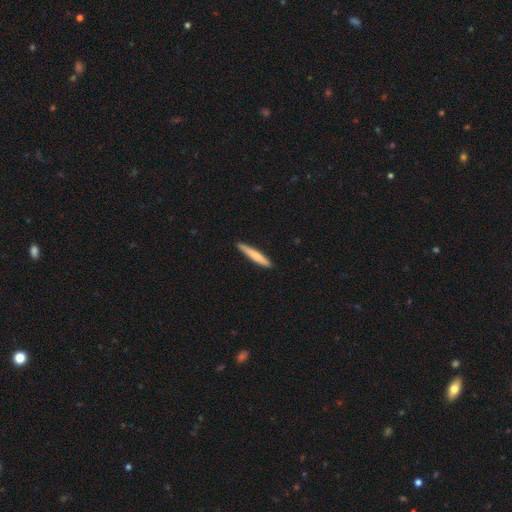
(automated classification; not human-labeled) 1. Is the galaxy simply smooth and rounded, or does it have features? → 72% smooth, 23% featured or disk, 5% star or artifact.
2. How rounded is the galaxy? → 94% cigar-shaped, 4% in between, 1% round.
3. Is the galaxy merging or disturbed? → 88% none, 10% minor disturbance, 1% major disturbance, 1% merger.